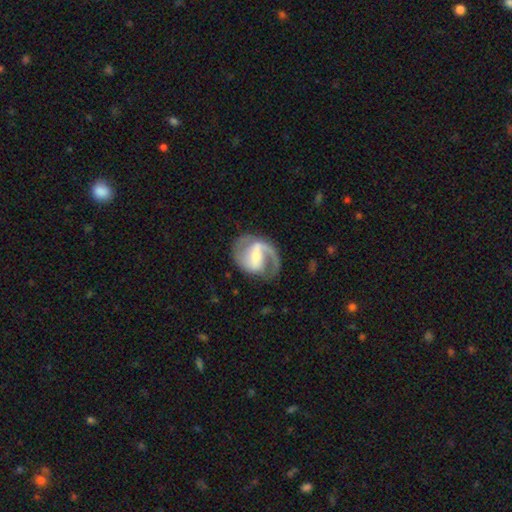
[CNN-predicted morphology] Smooth or featured?
  - featured or disk: 86% *
  - smooth: 9%
  - star or artifact: 5%
Edge-on disk?
  - no: 98% *
  - yes: 2%
Bar?
  - strong: 44% *
  - weak: 42%
  - no: 15%
Spiral arms?
  - yes: 95% *
  - no: 5%
Spiral winding?
  - medium: 53% *
  - loose: 27%
  - tight: 20%
Spiral arm count?
  - 2: 77% *
  - 1: 15%
  - can't tell: 4%
  - 3: 2%
  - 4: 1%
  - more than 4: 1%
Bulge size?
  - small: 44% *
  - moderate: 41%
  - large: 7%
  - none: 6%
  - dominant: 1%
Merging?
  - none: 70% *
  - minor disturbance: 17%
  - major disturbance: 12%
  - merger: 2%